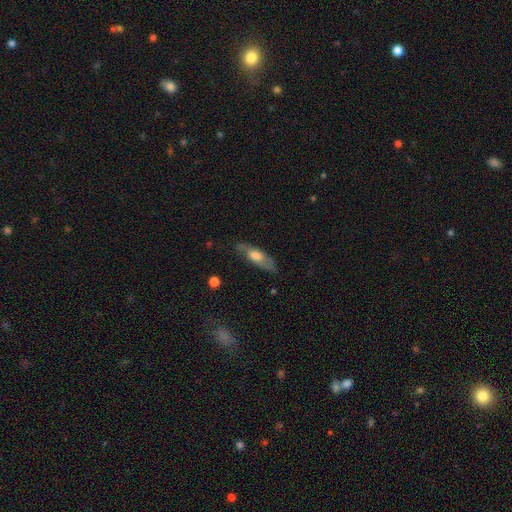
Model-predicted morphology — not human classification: This is possibly a smooth galaxy (54%). How rounded: possibly in between (56%). Merging: likely none (67%).